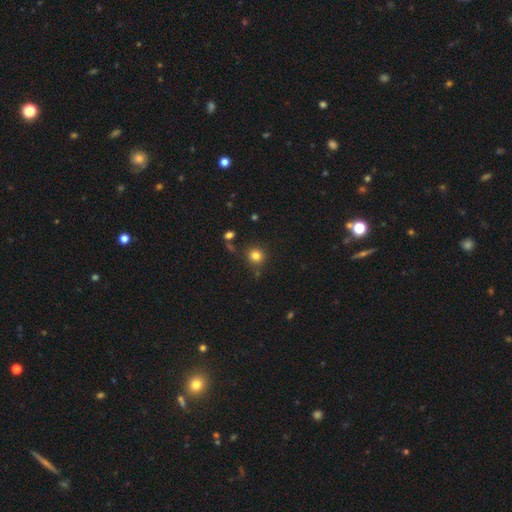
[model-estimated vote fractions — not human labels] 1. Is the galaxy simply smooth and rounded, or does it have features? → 81% smooth, 13% star or artifact, 6% featured or disk.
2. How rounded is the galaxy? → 90% round, 9% in between, 1% cigar-shaped.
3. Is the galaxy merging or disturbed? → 83% none, 9% minor disturbance, 5% merger, 3% major disturbance.